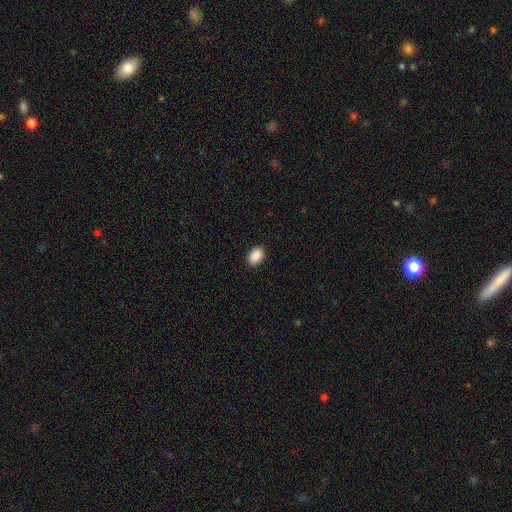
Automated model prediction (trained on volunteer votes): A smooth galaxy with no disk features (91%) that is in between round and cigar-shaped (88%).

Vote fractions:
- Smooth or featured? smooth: 91% / star or artifact: 7% / featured or disk: 2%
- How rounded? in between: 88% / round: 10% / cigar-shaped: 1%
- Merging? none: 90% / minor disturbance: 7% / major disturbance: 2% / merger: 1%